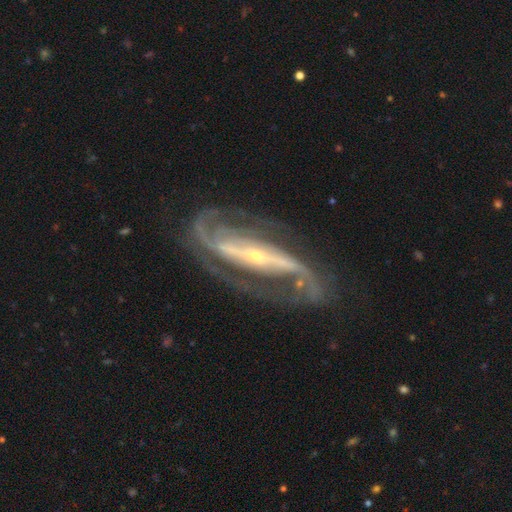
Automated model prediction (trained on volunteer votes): Morphology: type=featured or disk (92%); edge-on=no (91%); bar=strong (70%); spiral arms=yes (97%); winding=medium (48%); arm count=2 (88%); bulge=small (76%); merging=none (70%).